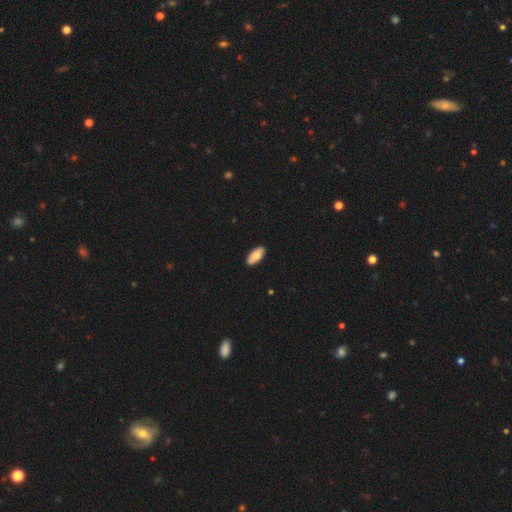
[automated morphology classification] Smooth or featured: smooth — 78% (featured or disk — 16%)
How rounded: in between — 90% (cigar-shaped — 8%)
Merging: none — 88% (minor disturbance — 10%)